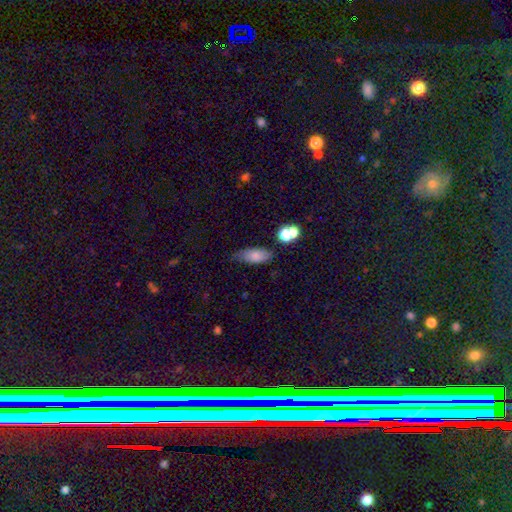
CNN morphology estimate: This appears to be a smooth galaxy with no disk features (76%) that is in between round and cigar-shaped (81%). Merging: none (59%).